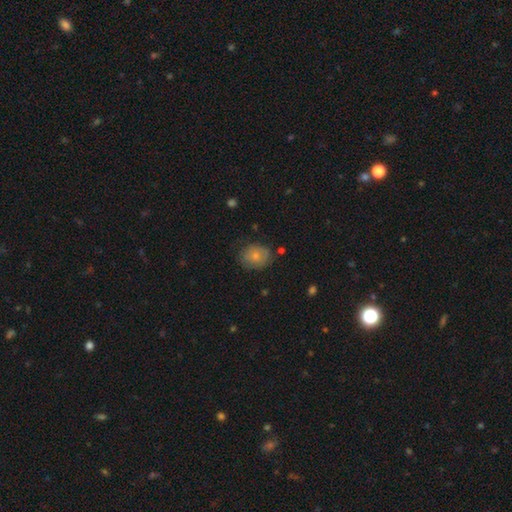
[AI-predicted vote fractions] A smooth galaxy with no disk features (77%) that is round (53%).

Vote fractions:
- Smooth or featured? smooth: 77% / featured or disk: 14% / star or artifact: 8%
- How rounded? round: 53% / in between: 46% / cigar-shaped: 1%
- Merging? none: 76% / minor disturbance: 18% / major disturbance: 4% / merger: 2%